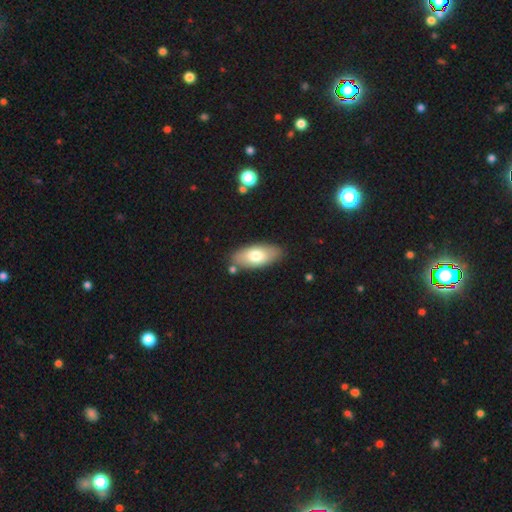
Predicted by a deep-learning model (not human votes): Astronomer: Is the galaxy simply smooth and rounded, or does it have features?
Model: smooth — 73%.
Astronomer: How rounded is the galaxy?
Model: in between — 88%.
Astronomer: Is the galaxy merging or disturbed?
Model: none — 81%.